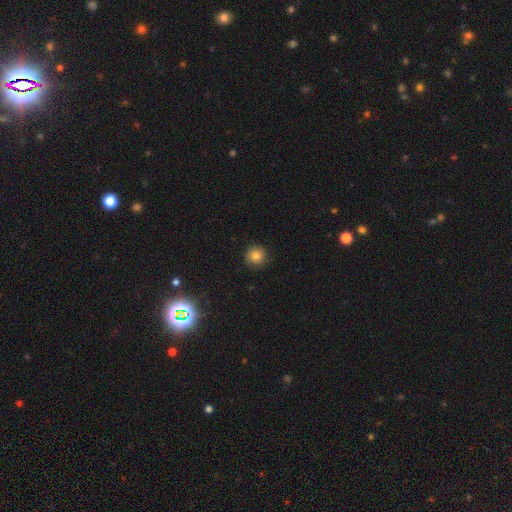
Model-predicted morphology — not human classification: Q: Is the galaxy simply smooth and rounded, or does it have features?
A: smooth — 82%.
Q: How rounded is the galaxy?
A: round — 94%.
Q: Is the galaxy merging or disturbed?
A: none — 89%.